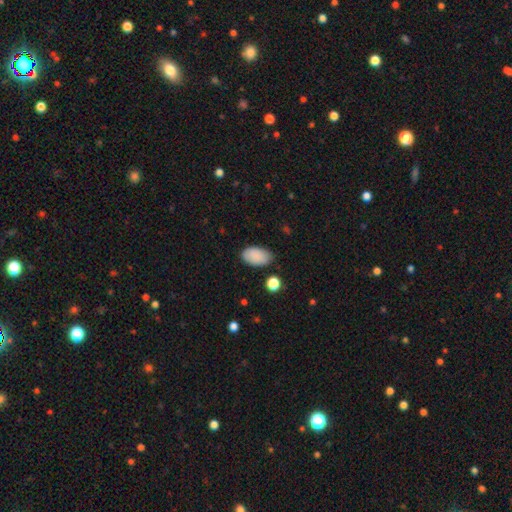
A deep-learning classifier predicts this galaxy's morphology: Overall: smooth (89%). How rounded: in between (94%). Merging: none (76%).